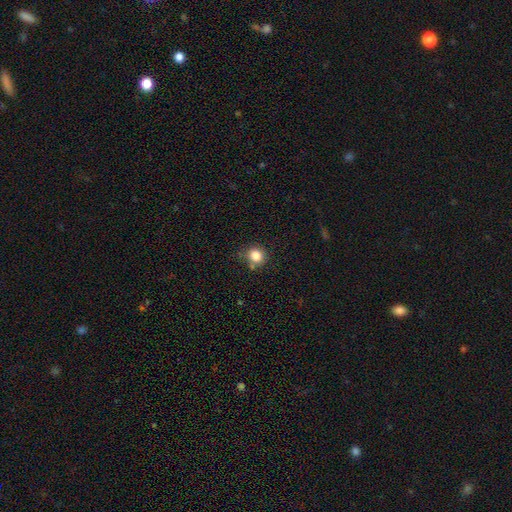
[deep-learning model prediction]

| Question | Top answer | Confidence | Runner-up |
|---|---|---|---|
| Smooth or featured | smooth | 83% | star or artifact (11%) |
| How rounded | round | 82% | in between (17%) |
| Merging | none | 74% | minor disturbance (15%) |